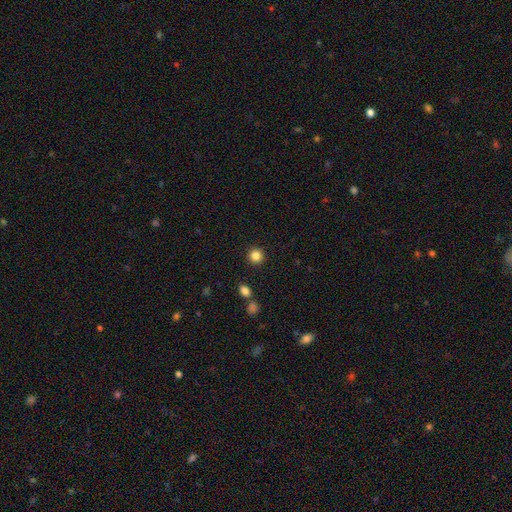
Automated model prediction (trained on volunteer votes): Q: Smooth or featured?
A: smooth (84%); runner-up: star or artifact (11%)
Q: How rounded?
A: round (94%); runner-up: in between (6%)
Q: Merging?
A: none (91%); runner-up: minor disturbance (5%)